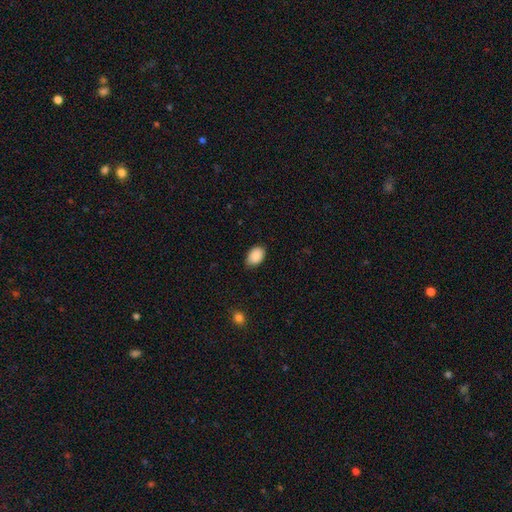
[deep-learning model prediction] Smooth or featured?
  - smooth: 90% *
  - star or artifact: 7%
  - featured or disk: 3%
How rounded?
  - in between: 86% *
  - round: 13%
  - cigar-shaped: 1%
Merging?
  - none: 78% *
  - minor disturbance: 19%
  - major disturbance: 3%
  - merger: 1%